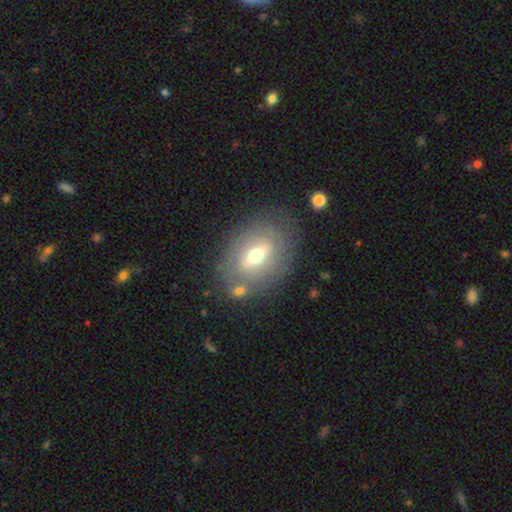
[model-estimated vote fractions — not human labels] Morphology: type=featured or disk (54%); edge-on=no (80%); merging=none (71%).